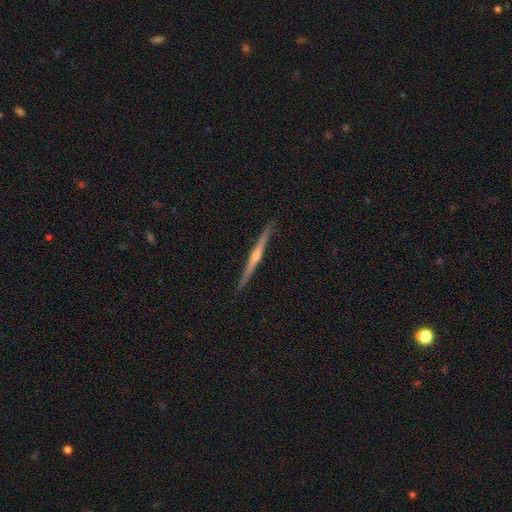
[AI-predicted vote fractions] This is clearly a featured or disk galaxy (82%). It is clearly viewed edge-on (99%). Edge-on bulge: clearly rounded (85%). Merging: clearly none (92%).